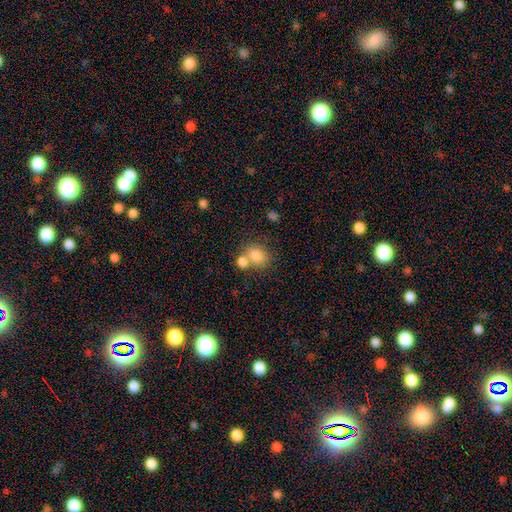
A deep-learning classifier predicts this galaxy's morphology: Smooth or featured? Predicted: smooth (p=0.80). How rounded? Predicted: round (p=0.53). Merging? Predicted: none (p=0.45).